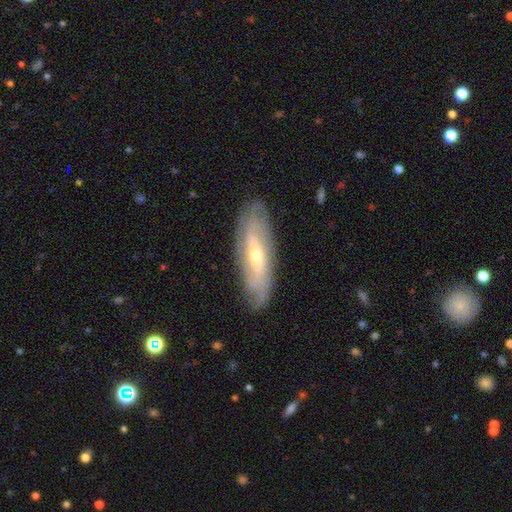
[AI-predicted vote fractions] The model was most divided on "bulge size": small: 51%, moderate: 45%, large: 2%, none: 1%, dominant: 1%. Remaining: merging — none (83%); spiral arms — yes (82%); edge-on disk — no (73%); smooth or featured — featured or disk (73%); bar — no (45%).